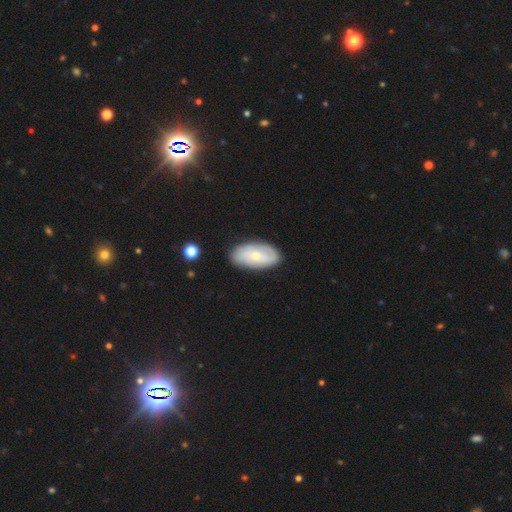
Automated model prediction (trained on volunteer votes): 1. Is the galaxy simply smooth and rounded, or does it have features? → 53% featured or disk, 41% smooth, 6% star or artifact.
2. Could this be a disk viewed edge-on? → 93% no, 7% yes.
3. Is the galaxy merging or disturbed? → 81% none, 15% minor disturbance, 3% major disturbance, 1% merger.